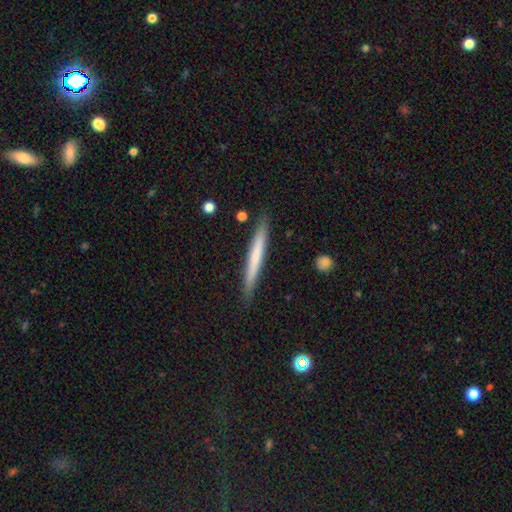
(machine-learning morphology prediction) type=smooth (61%); roundness=cigar-shaped (97%); merging=none (89%).